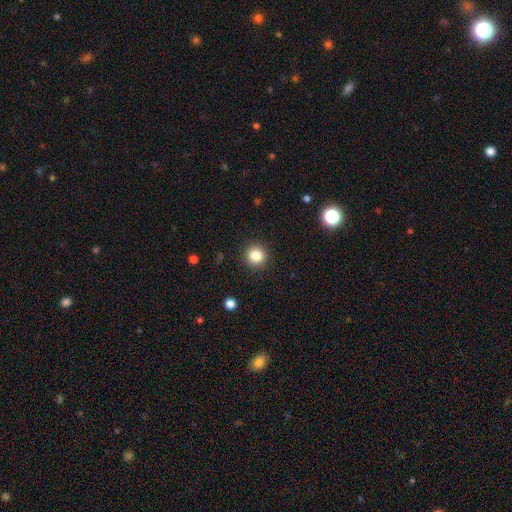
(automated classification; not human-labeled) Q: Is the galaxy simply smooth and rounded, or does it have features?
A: smooth — 83%.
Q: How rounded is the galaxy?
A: round — 93%.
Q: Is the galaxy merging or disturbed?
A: none — 91%.